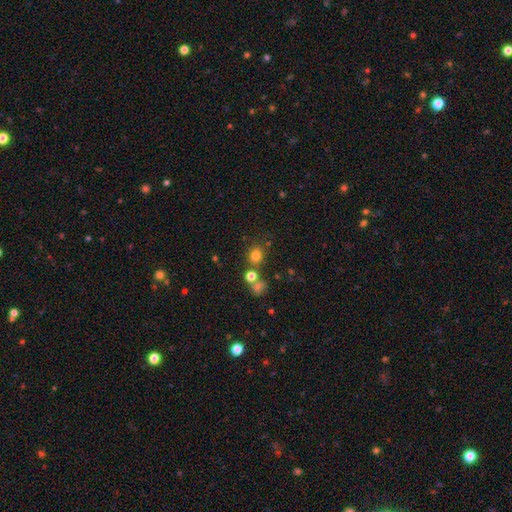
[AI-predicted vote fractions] This is likely a smooth galaxy (76%). How rounded: likely round (75%). Merging: likely none (70%).